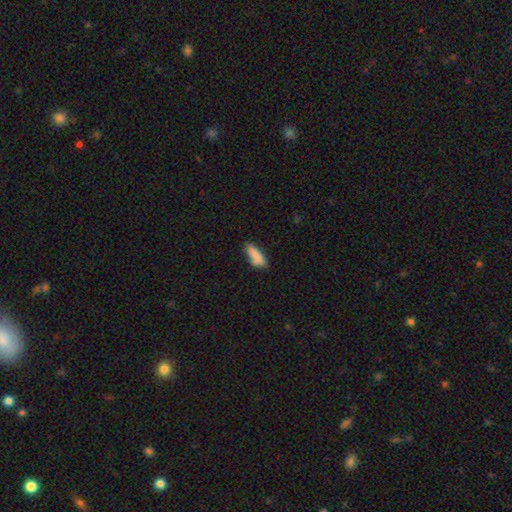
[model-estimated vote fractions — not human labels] Overall: smooth (83%). How rounded: in between (58%; cigar-shaped 40%). Merging: none (63%; minor disturbance 26%).